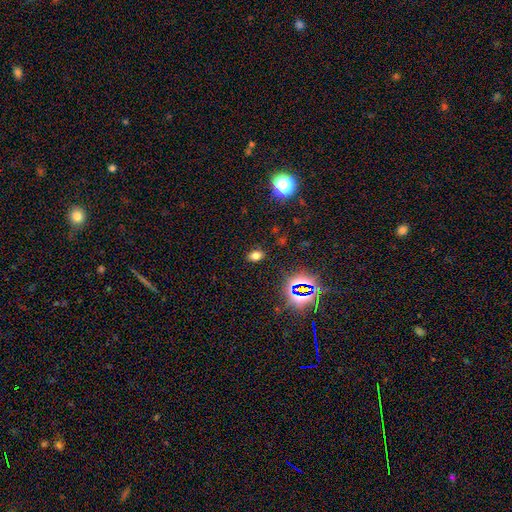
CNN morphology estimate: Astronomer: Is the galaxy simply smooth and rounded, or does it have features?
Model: smooth — 68%.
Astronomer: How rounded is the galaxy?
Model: in between — 76%.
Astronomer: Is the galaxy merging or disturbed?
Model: none — 86%.